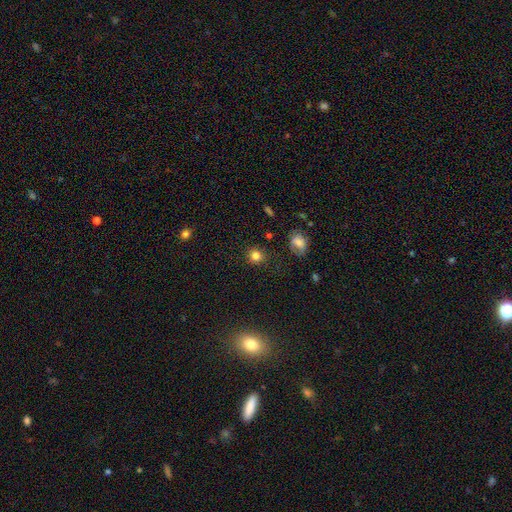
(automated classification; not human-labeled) Overall: smooth (81%). How rounded: round (88%). Merging: none (87%).